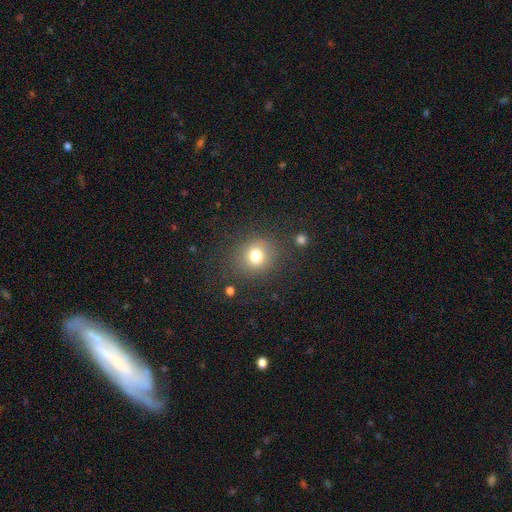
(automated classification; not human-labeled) This appears to be a smooth galaxy with no disk features (77%) that is round (80%). Merging: none (80%).